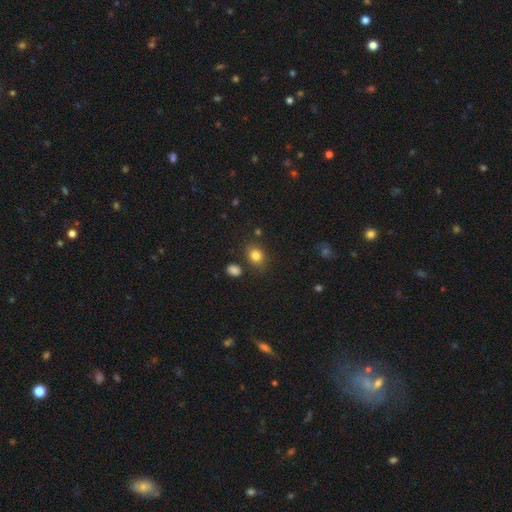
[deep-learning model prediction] smooth_or_featured: smooth (p=0.83) [alt: star or artifact p=0.10]
how_rounded: in between (p=0.55) [alt: round p=0.44]
merging: none (p=0.77) [alt: minor disturbance p=0.14]